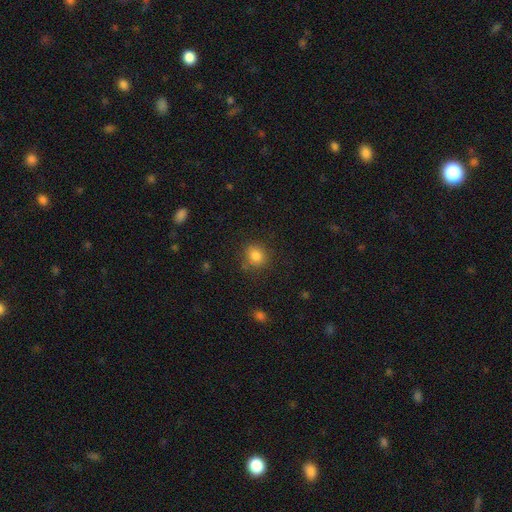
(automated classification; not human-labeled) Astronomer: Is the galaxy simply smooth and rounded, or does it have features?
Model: smooth — 83%.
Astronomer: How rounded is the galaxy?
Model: round — 76%.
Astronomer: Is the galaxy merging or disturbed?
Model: none — 79%.